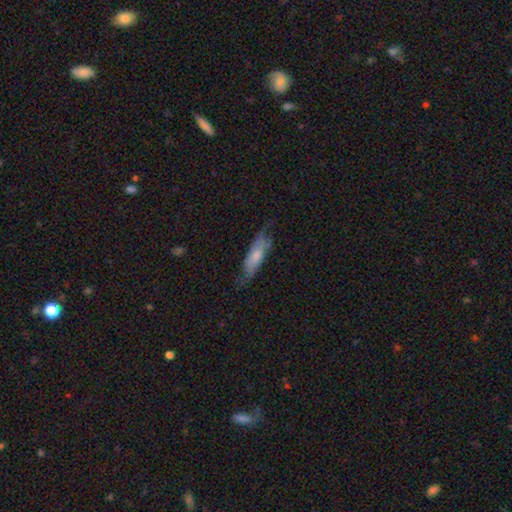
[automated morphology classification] This is possibly a smooth galaxy (55%). How rounded: possibly cigar-shaped (50%). Merging: possibly none (58%).